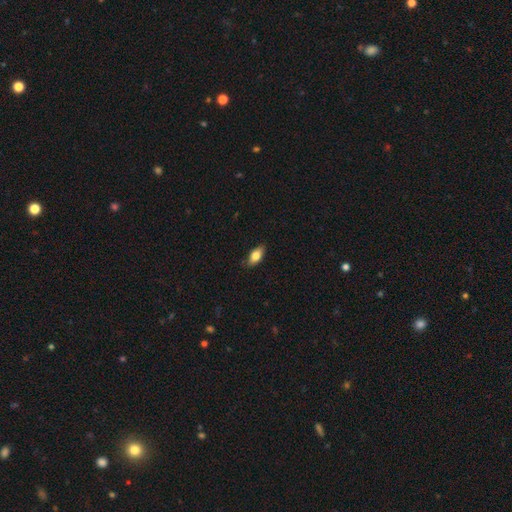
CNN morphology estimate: type=smooth (78%); roundness=in between (87%); merging=none (85%).